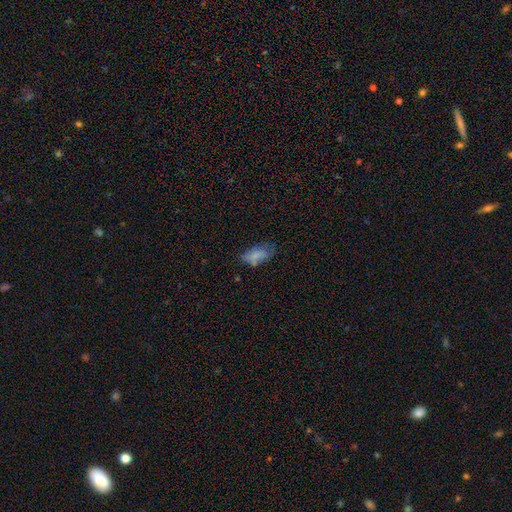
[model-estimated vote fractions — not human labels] Smooth or featured? Predicted: smooth (p=0.75). How rounded? Predicted: in between (p=0.91). Merging? Predicted: none (p=0.51).